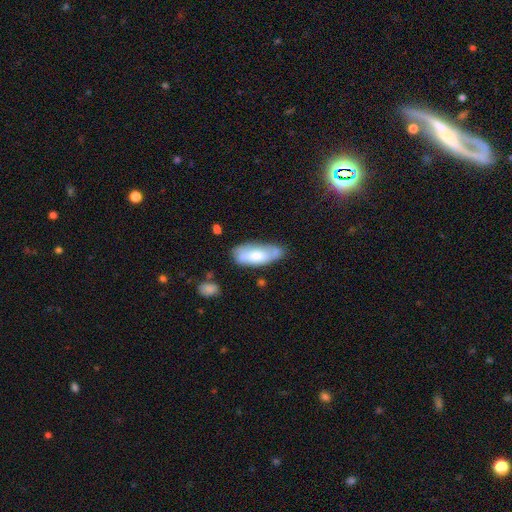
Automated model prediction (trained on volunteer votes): Overall: smooth (59%; featured or disk 34%). How rounded: in between (78%). Merging: none (56%; minor disturbance 29%).